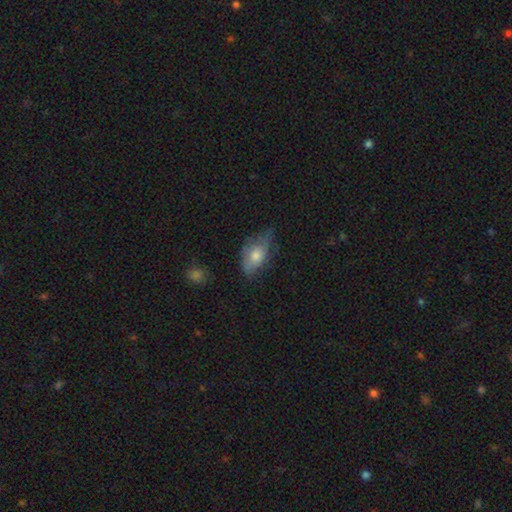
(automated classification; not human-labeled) smooth-or-featured: smooth: 68% | featured or disk: 25% | star or artifact: 8%
  how-rounded: in between: 89% | round: 7% | cigar-shaped: 4%
  merging: none: 41% | minor disturbance: 40% | major disturbance: 17% | merger: 2%